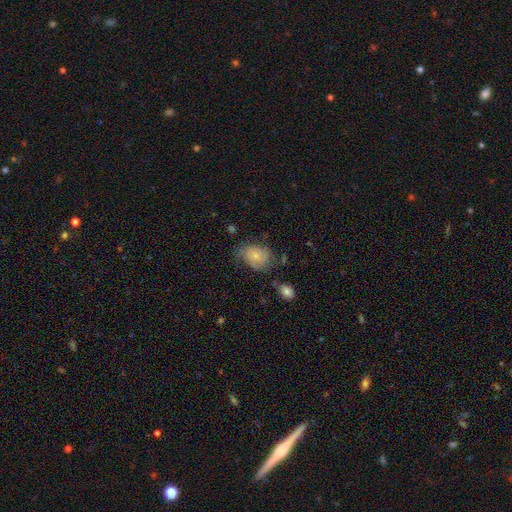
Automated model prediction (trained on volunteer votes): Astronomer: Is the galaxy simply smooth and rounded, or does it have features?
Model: smooth — 62%.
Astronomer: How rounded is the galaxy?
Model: in between — 65%.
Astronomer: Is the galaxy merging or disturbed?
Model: none — 47% (runner-up: minor disturbance, 33%).